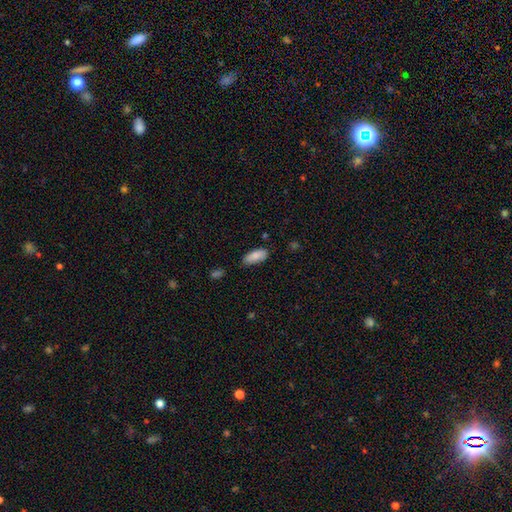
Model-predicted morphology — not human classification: Smooth or featured? smooth (86%)
How rounded? in between (86%)
Merging? none (72%)